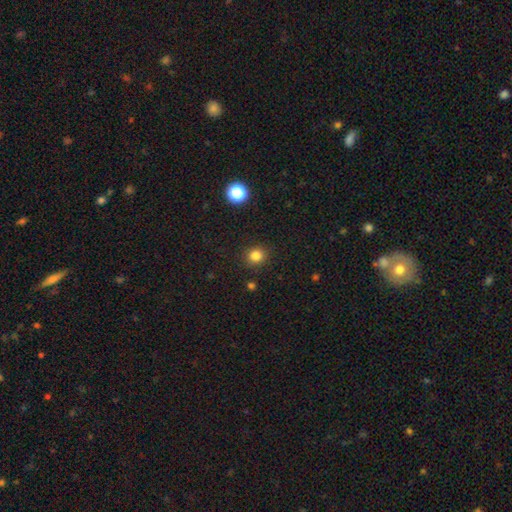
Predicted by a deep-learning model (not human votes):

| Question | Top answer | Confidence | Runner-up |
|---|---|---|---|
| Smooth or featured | smooth | 83% | star or artifact (13%) |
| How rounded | round | 86% | in between (13%) |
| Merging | none | 89% | minor disturbance (7%) |